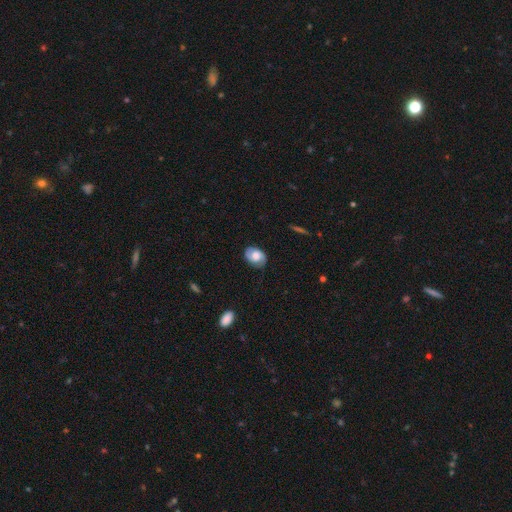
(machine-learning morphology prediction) Smooth or featured? featured or disk (48%)
Merging? none (79%)